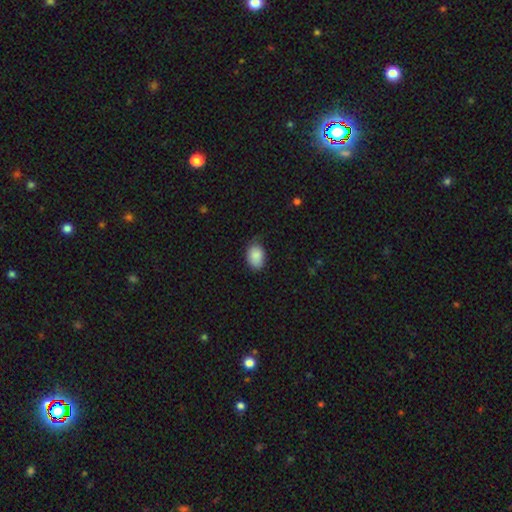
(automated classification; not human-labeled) A smooth galaxy with no disk features (87%) that is in between round and cigar-shaped (82%). Merging: none (61%).